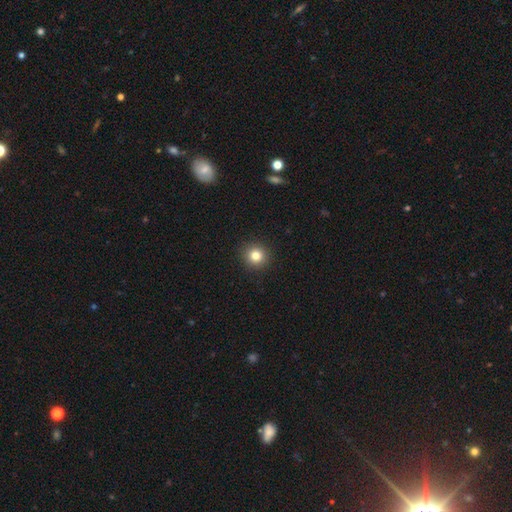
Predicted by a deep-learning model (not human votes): A smooth galaxy with no disk features (81%) that is round (94%). Merging: none (93%).